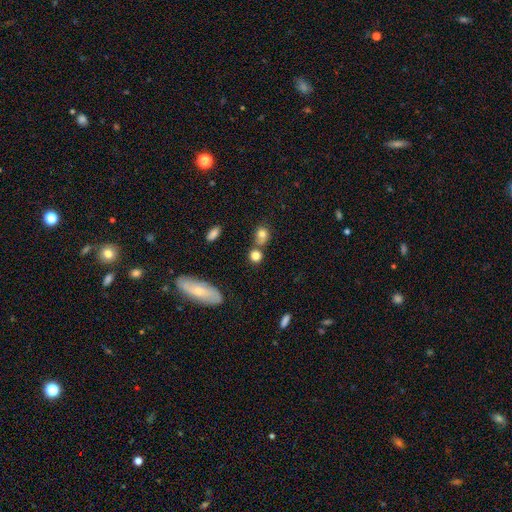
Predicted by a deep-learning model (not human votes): The model was most divided on "merging": none: 54%, merger: 31%, minor disturbance: 10%, major disturbance: 5%. More confident: how rounded — round (79%); smooth or featured — smooth (78%).